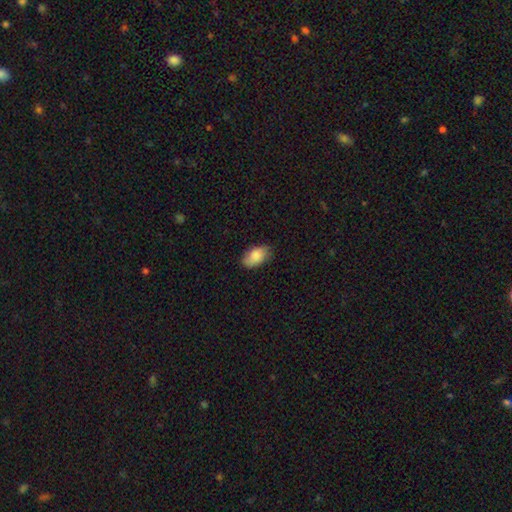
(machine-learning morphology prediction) Overall: smooth (85%). How rounded: in between (93%). Merging: none (77%).